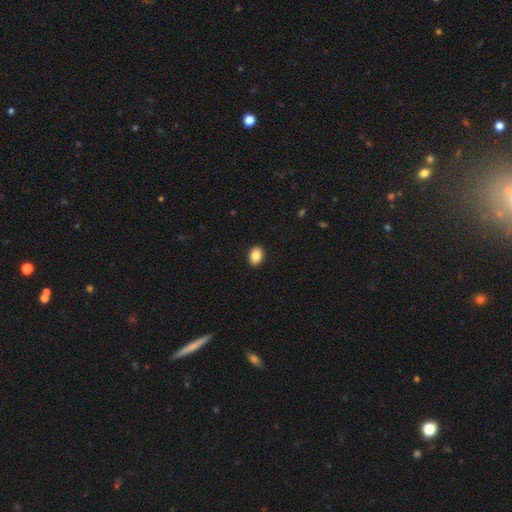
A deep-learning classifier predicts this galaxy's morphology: type=smooth (86%); roundness=in between (73%); merging=none (91%).